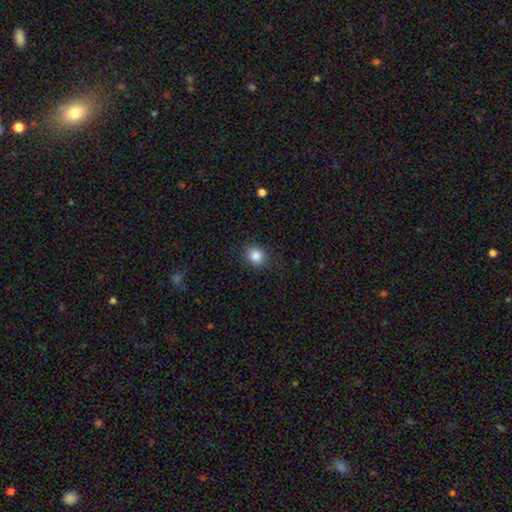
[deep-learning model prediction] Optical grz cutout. It shows a smooth galaxy with no disk features (86%) that is round (79%). Merging: none (85%).